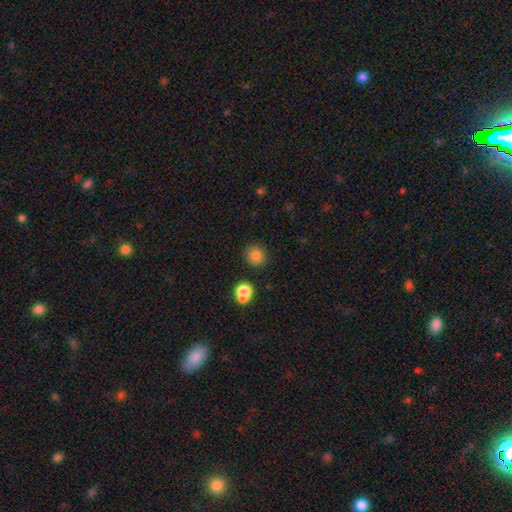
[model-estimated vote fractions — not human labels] Smooth or featured: smooth — 83% (star or artifact — 12%)
How rounded: round — 91% (in between — 8%)
Merging: none — 86% (minor disturbance — 8%)